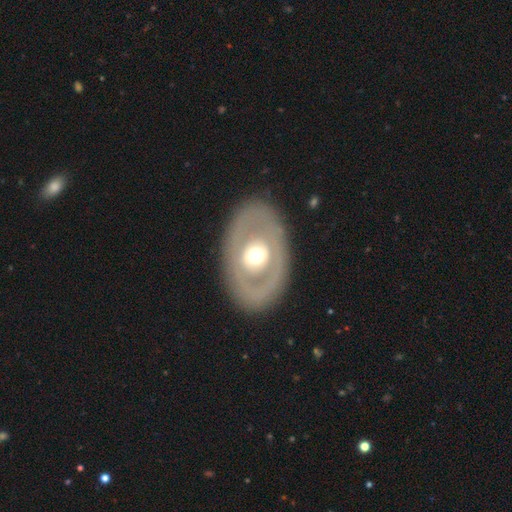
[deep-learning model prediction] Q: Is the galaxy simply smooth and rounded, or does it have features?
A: featured or disk — 62%.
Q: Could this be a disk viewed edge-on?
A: no — 90%.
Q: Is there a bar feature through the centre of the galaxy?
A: no — 81%.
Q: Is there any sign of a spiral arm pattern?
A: no — 86%.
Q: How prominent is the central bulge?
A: moderate — 65%.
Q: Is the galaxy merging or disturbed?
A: none — 83%.